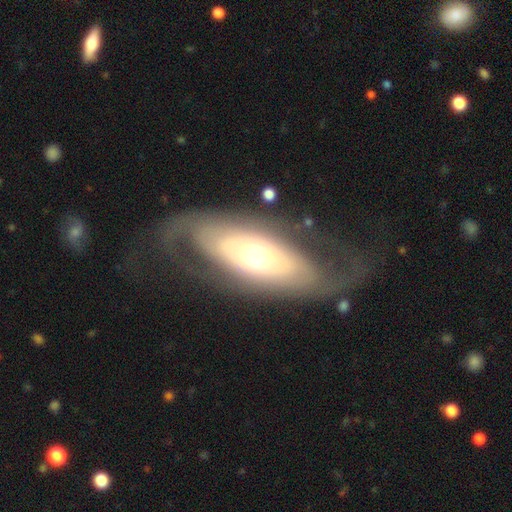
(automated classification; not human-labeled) featured or disk 71%, smooth 23%, star or artifact 5%. Down the decision tree: edge-on disk — no (86%); bar — no (76%); spiral arms — yes (62%); bulge size — moderate (58%); merging — none (62%).